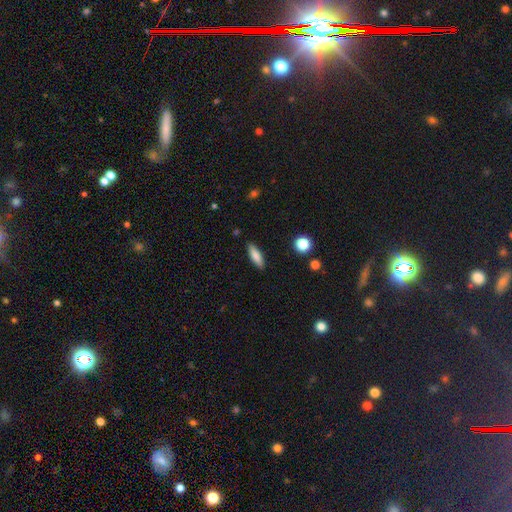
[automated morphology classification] Smooth or featured? smooth (81%)
How rounded? cigar-shaped (52%)
Merging? none (87%)